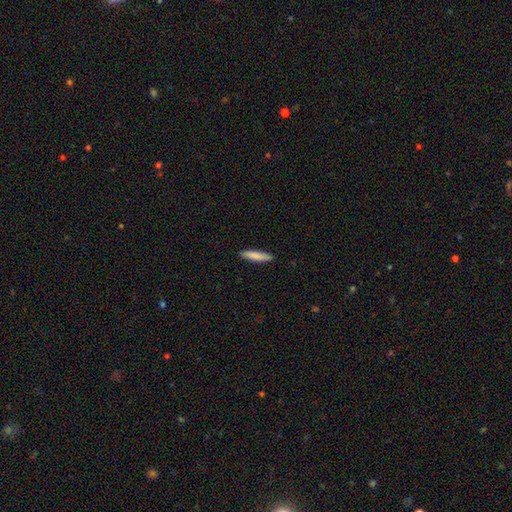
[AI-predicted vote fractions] smooth 84%, featured or disk 11%, star or artifact 6%. Down the decision tree: how rounded — cigar-shaped (88%); merging — none (90%).